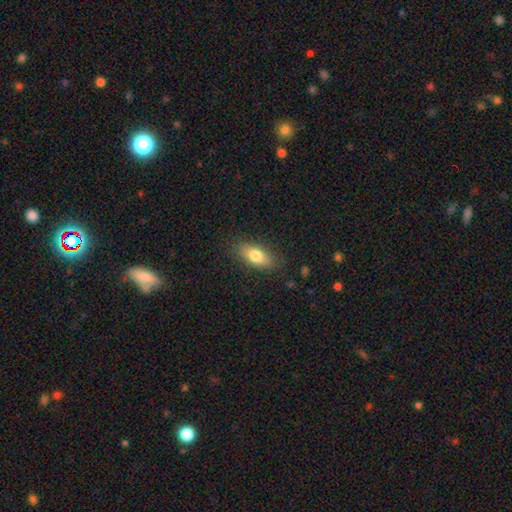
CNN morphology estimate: Q: Smooth or featured?
A: smooth (78%); runner-up: featured or disk (15%)
Q: How rounded?
A: in between (80%); runner-up: cigar-shaped (16%)
Q: Merging?
A: none (84%); runner-up: minor disturbance (12%)